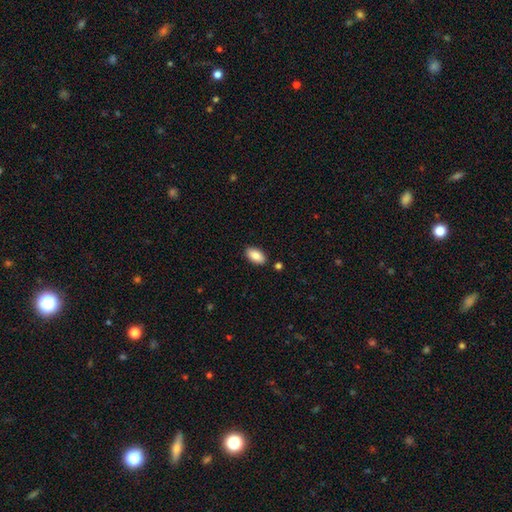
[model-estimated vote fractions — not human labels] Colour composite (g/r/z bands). It shows a smooth galaxy with no disk features (86%) that is in between round and cigar-shaped (94%). Merging: none (86%).